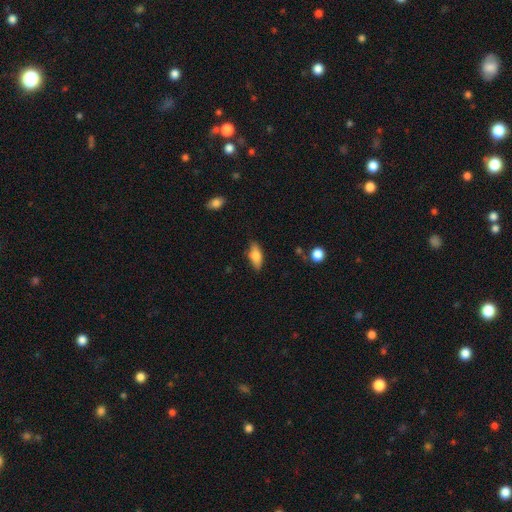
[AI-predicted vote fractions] This appears to be a smooth galaxy with no disk features (73%) that is in between round and cigar-shaped (78%). Merging: none (76%).